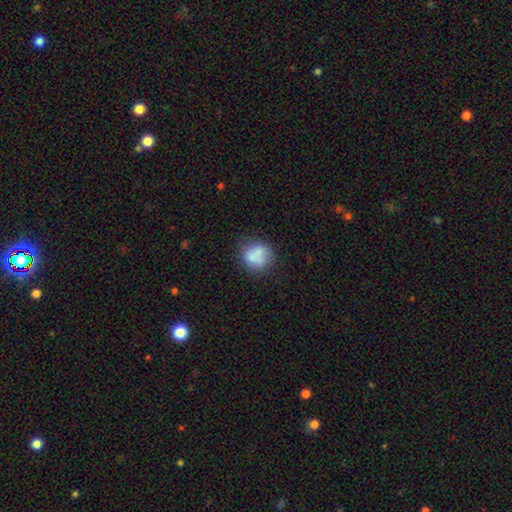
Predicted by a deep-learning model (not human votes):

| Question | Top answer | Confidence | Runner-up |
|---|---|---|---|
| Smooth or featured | smooth | 73% | featured or disk (18%) |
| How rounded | round | 78% | in between (20%) |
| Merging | none | 54% | minor disturbance (19%) |